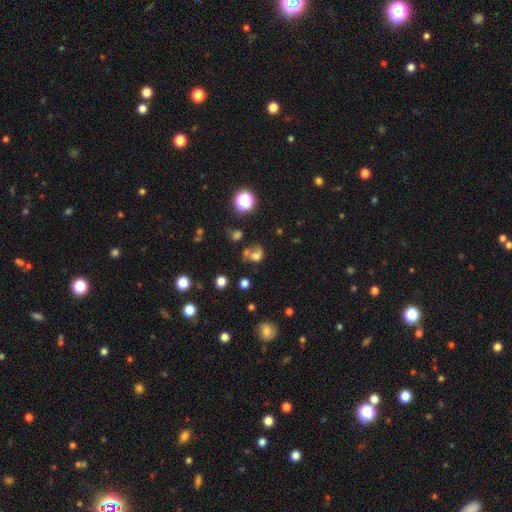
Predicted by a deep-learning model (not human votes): This appears to be a smooth galaxy with no disk features (58%) that is round (55%). Merging: merger (36%).